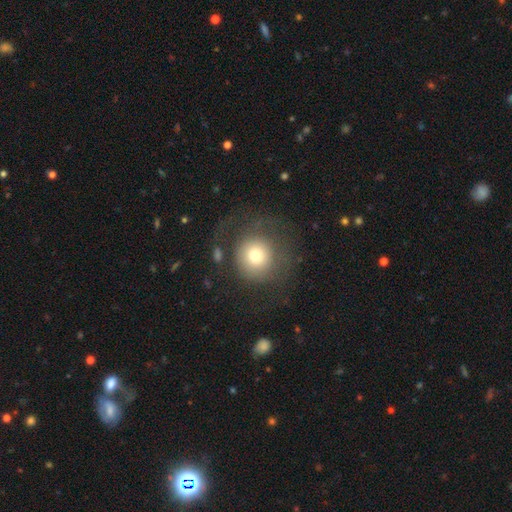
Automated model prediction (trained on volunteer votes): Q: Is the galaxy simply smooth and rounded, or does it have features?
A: smooth — 70%.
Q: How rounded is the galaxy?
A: round — 93%.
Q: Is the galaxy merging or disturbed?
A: none — 59%.